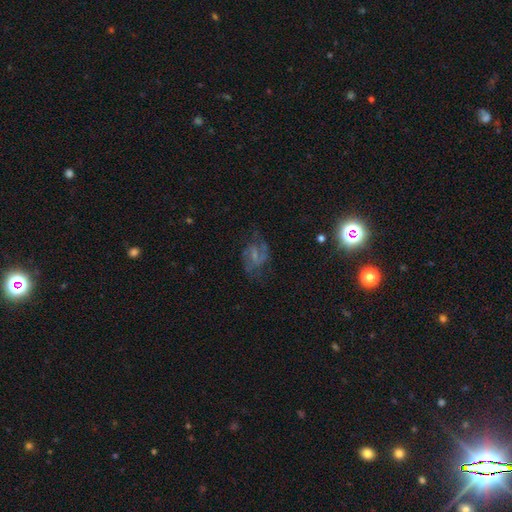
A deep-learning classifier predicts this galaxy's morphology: A featured or disk galaxy (74%) with a weak bar (54%), 2 (81%) medium (52%) spiral arms (92%) and a small central bulge (46%).

Vote fractions:
- Smooth or featured? featured or disk: 74% / smooth: 13% / star or artifact: 13%
- Edge-on disk? no: 98% / yes: 2%
- Bar? weak: 54% / no: 30% / strong: 16%
- Spiral arms? yes: 92% / no: 8%
- Spiral winding? medium: 52% / loose: 29% / tight: 18%
- Spiral arm count? 2: 81% / can't tell: 9% / 1: 4% / 3: 3% / 4: 1% / more than 4: 1%
- Bulge size? small: 46% / none: 31% / moderate: 19% / large: 2% / dominant: 1%
- Merging? none: 63% / minor disturbance: 19% / major disturbance: 16% / merger: 2%